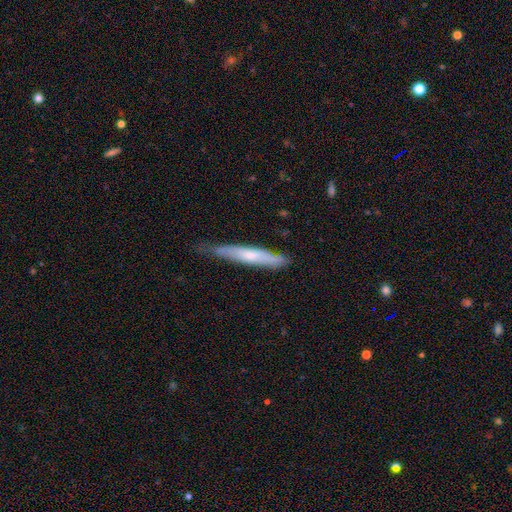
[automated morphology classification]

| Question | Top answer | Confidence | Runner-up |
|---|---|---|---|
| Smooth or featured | smooth | 50% | featured or disk (44%) |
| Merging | none | 67% | minor disturbance (27%) |